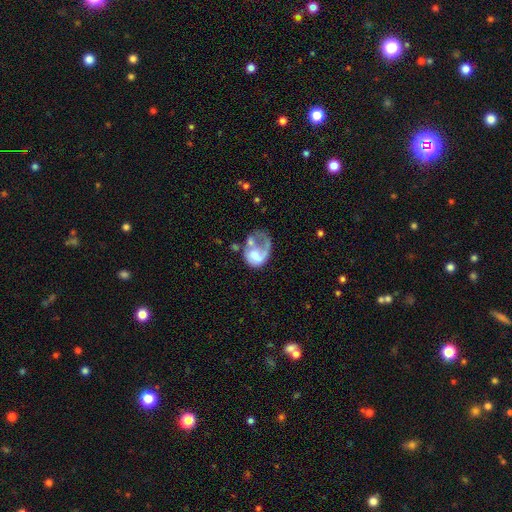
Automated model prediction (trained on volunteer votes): This is likely a featured or disk galaxy (61%). It is clearly not viewed edge-on (98%). Bar: likely no (74%). Spiral arm pattern: possibly yes (59%). Central bulge: marginally moderate (37%). Merging: possibly major disturbance (46%).